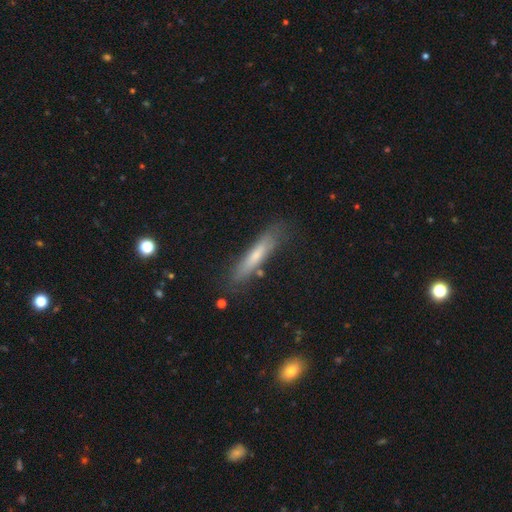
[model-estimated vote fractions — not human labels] Smooth or featured?
  - smooth: 59% *
  - featured or disk: 33%
  - star or artifact: 8%
How rounded?
  - cigar-shaped: 88% *
  - in between: 10%
  - round: 2%
Merging?
  - none: 77% *
  - minor disturbance: 16%
  - major disturbance: 5%
  - merger: 3%